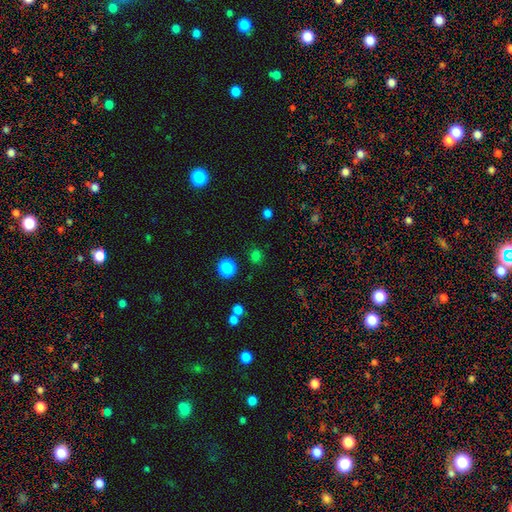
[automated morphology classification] Smooth or featured?
  - smooth: 73% *
  - star or artifact: 23%
  - featured or disk: 4%
How rounded?
  - round: 80% *
  - in between: 19%
  - cigar-shaped: 1%
Merging?
  - none: 83% *
  - minor disturbance: 9%
  - merger: 4%
  - major disturbance: 4%